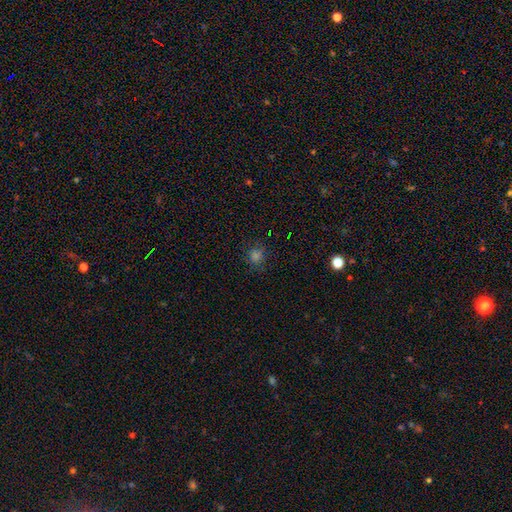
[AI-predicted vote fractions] Smooth or featured? Predicted: smooth (p=0.70). How rounded? Predicted: round (p=0.85). Merging? Predicted: none (p=0.83).